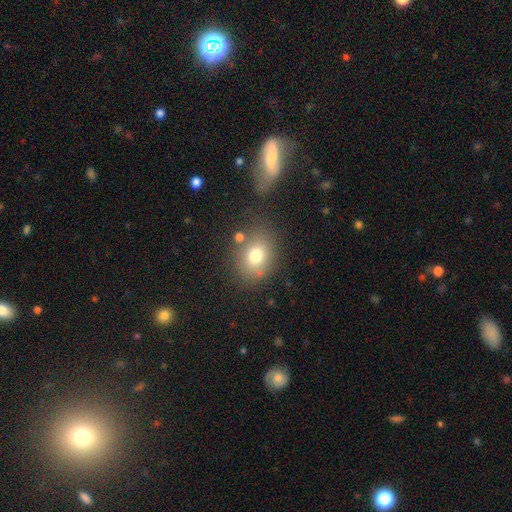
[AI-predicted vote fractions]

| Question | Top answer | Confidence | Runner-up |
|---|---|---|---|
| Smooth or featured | smooth | 75% | featured or disk (13%) |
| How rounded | round | 52% | in between (47%) |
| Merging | none | 72% | minor disturbance (15%) |